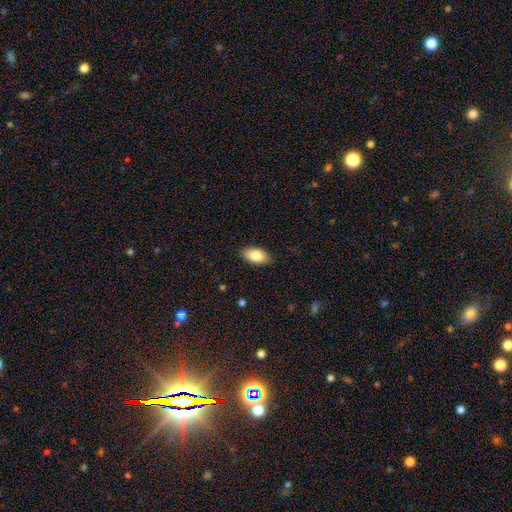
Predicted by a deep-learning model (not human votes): This appears to be a smooth galaxy with no disk features (83%) that is in between round and cigar-shaped (93%). Merging: none (88%).